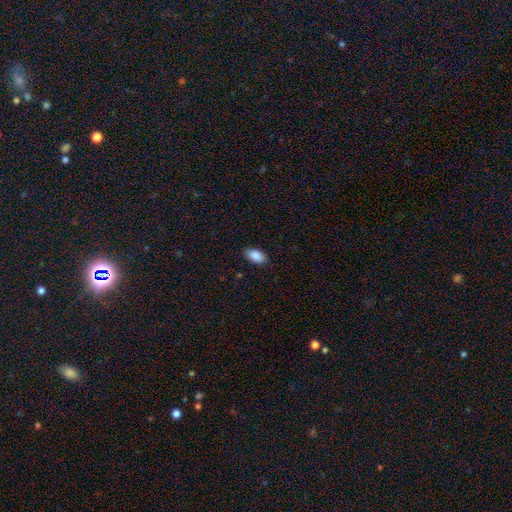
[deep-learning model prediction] Morphology: type=smooth (89%); roundness=in between (94%); merging=none (88%).